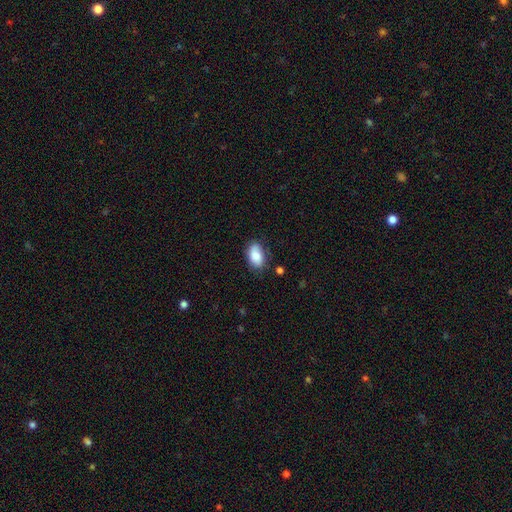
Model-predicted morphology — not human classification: Smooth or featured: smooth — 83% (featured or disk — 10%)
How rounded: in between — 91% (round — 7%)
Merging: none — 75% (minor disturbance — 19%)